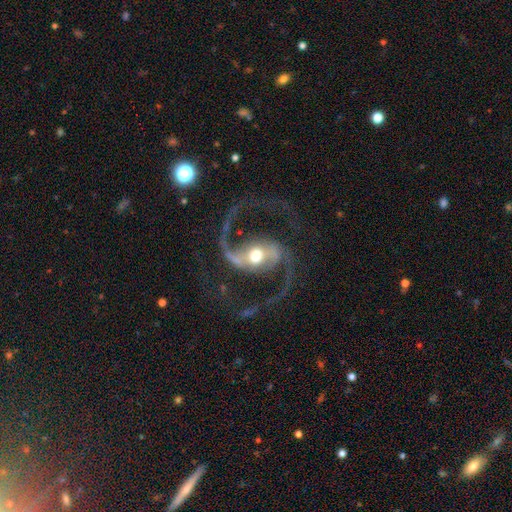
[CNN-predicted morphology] Q: Smooth or featured?
A: featured or disk (92%); runner-up: star or artifact (5%)
Q: Edge-on disk?
A: no (97%); runner-up: yes (3%)
Q: Bar?
A: strong (44%); runner-up: weak (32%)
Q: Spiral arms?
A: yes (98%); runner-up: no (2%)
Q: Spiral winding?
A: loose (53%); runner-up: medium (40%)
Q: Spiral arm count?
A: 2 (95%); runner-up: 1 (1%)
Q: Bulge size?
A: moderate (69%); runner-up: large (19%)
Q: Merging?
A: none (76%); runner-up: minor disturbance (12%)